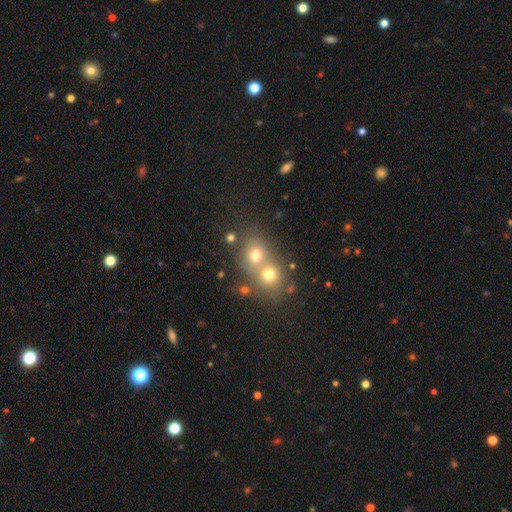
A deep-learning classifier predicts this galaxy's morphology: smooth 52%, star or artifact 31%, featured or disk 18%. Down the decision tree: how rounded — round (73%); merging — merger (56%).